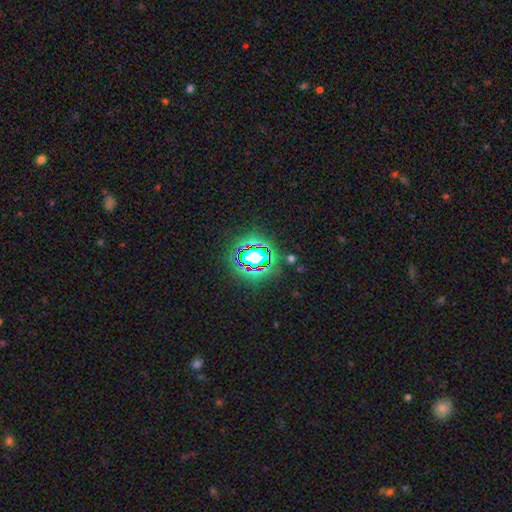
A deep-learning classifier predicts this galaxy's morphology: A star or artifact, not a galaxy (64%).